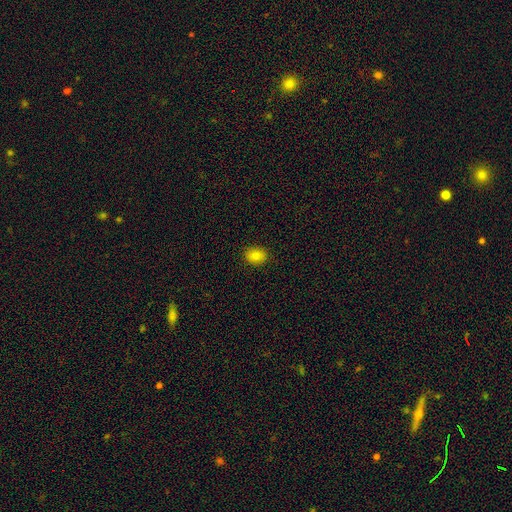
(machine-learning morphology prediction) Q: Smooth or featured?
A: smooth (83%); runner-up: star or artifact (11%)
Q: How rounded?
A: in between (53%); runner-up: round (46%)
Q: Merging?
A: none (89%); runner-up: minor disturbance (8%)